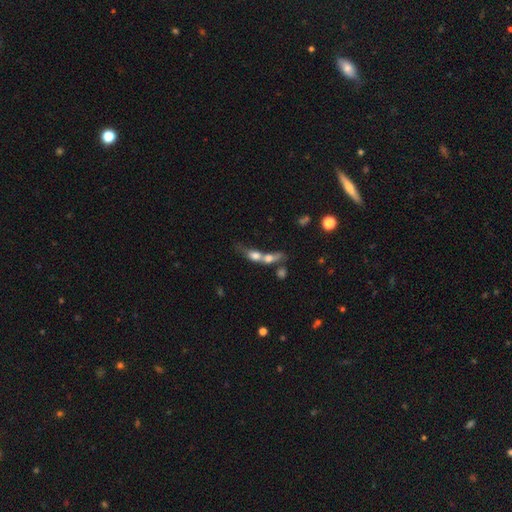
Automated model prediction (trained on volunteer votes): This is possibly a smooth galaxy (59%). How rounded: possibly in between (50%). Merging: likely merger (73%).